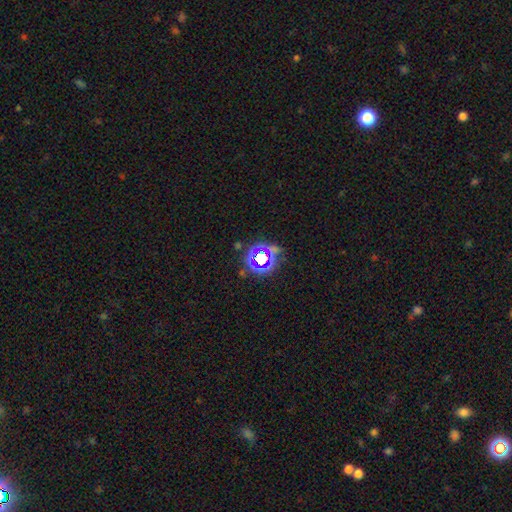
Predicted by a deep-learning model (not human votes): The model was most divided on "smooth or featured": star or artifact: 64%, smooth: 23%, featured or disk: 13%.